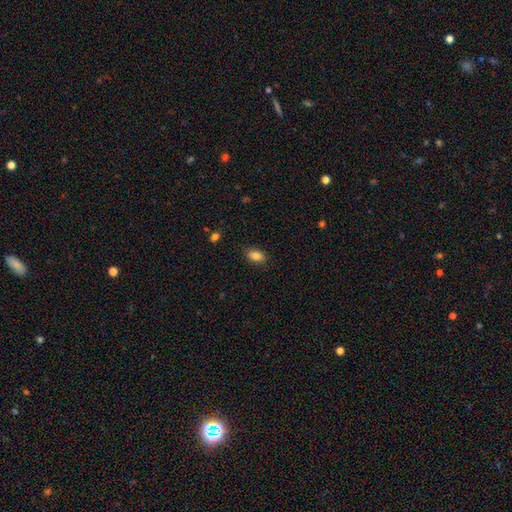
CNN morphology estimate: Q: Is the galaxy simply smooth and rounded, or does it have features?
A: smooth — 85%.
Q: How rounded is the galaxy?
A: in between — 89%.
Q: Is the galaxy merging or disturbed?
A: none — 84%.